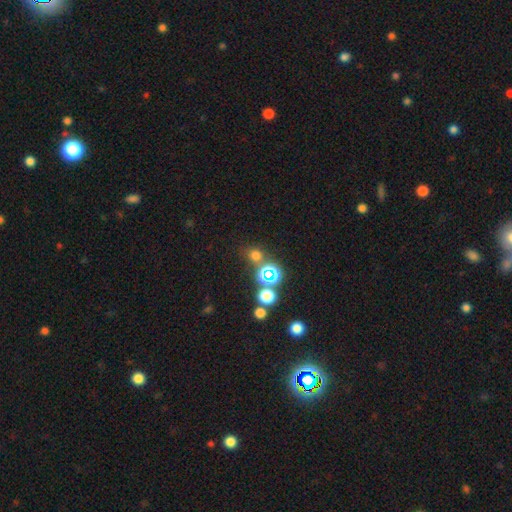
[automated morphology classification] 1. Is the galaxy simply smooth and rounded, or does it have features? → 60% smooth, 33% star or artifact, 7% featured or disk.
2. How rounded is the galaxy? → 83% round, 16% in between, 1% cigar-shaped.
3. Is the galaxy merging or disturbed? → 73% none, 14% merger, 9% minor disturbance, 4% major disturbance.